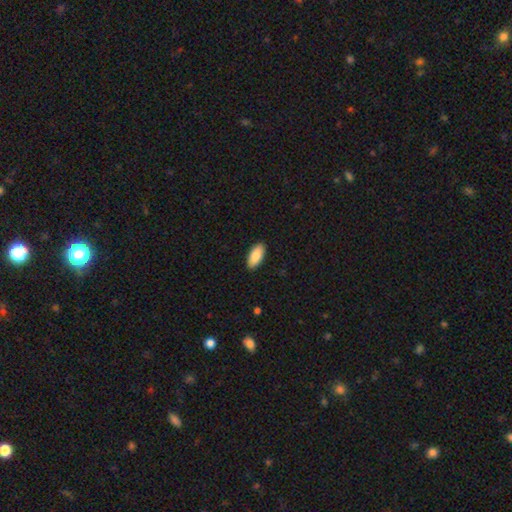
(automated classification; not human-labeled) smooth 87%, featured or disk 7%, star or artifact 6%. Down the decision tree: how rounded — in between (90%); merging — none (90%).